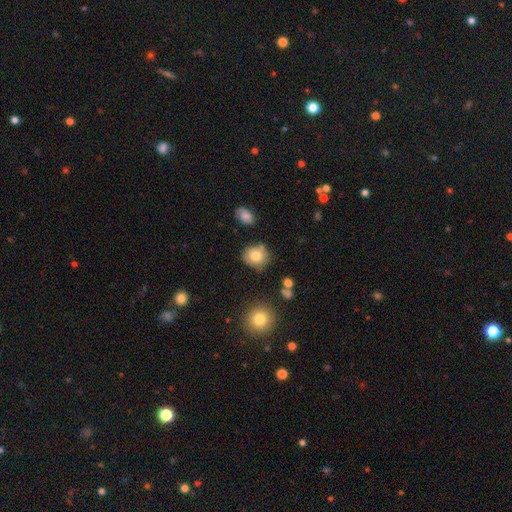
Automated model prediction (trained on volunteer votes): smooth_or_featured: smooth (p=0.78) [alt: featured or disk p=0.12]
how_rounded: round (p=0.78) [alt: in between p=0.21]
merging: none (p=0.74) [alt: minor disturbance p=0.16]